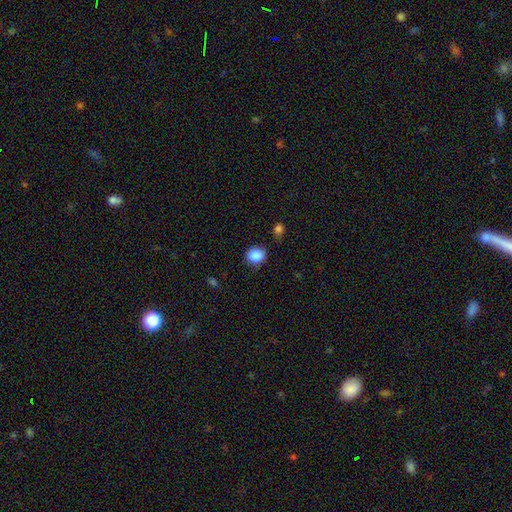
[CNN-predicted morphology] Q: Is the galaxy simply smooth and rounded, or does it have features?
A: smooth — 87%.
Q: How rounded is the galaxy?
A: round — 65%.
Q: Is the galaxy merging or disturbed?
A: none — 71%.